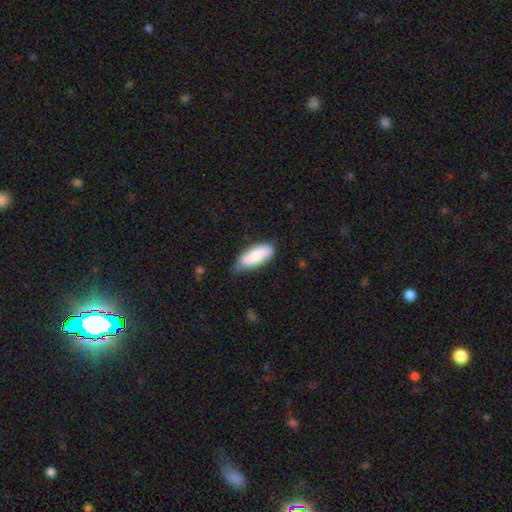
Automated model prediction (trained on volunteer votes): smooth_or_featured: smooth (p=0.73) [alt: featured or disk p=0.21]
how_rounded: in between (p=0.76) [alt: cigar-shaped p=0.22]
merging: none (p=0.60) [alt: minor disturbance p=0.33]